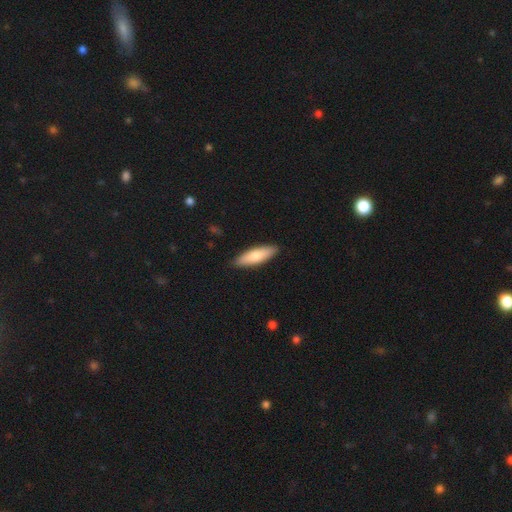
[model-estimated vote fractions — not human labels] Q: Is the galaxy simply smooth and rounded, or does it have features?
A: smooth — 76%.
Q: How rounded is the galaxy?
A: cigar-shaped — 52%.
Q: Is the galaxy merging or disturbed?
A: none — 89%.